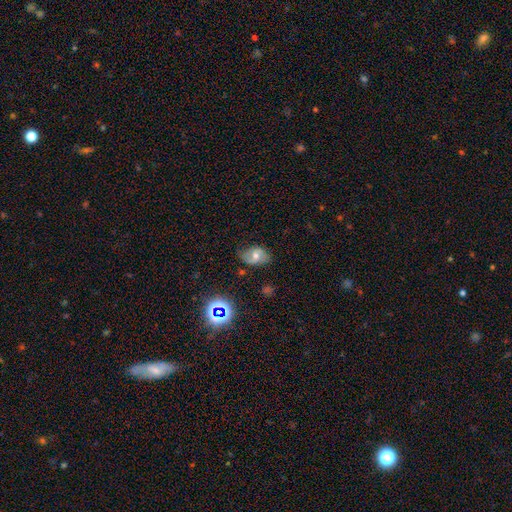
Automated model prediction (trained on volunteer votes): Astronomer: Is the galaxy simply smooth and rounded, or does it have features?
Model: featured or disk — 46% (runner-up: smooth, 41%).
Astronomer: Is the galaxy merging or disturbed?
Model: none — 69%.